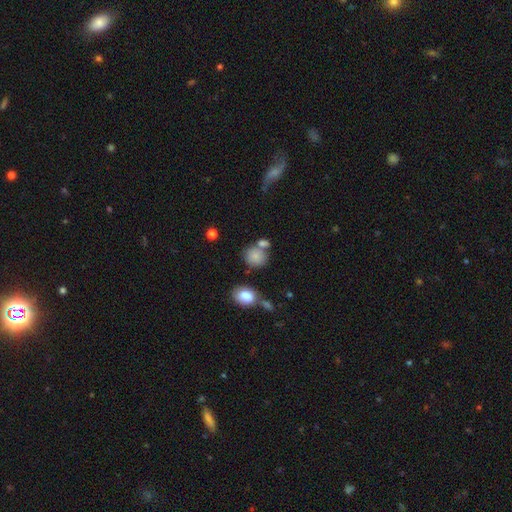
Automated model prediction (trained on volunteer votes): Smooth or featured: smooth — 81% (star or artifact — 10%)
How rounded: round — 76% (in between — 22%)
Merging: none — 57% (merger — 25%)